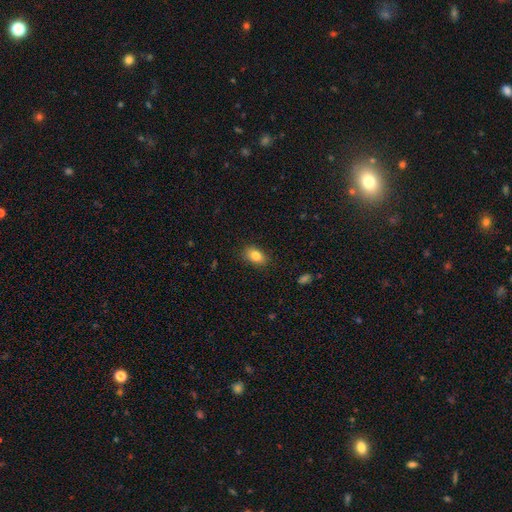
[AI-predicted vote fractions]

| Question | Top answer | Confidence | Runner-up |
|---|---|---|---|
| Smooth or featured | smooth | 82% | star or artifact (9%) |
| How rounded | in between | 83% | round (15%) |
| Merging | none | 86% | minor disturbance (11%) |